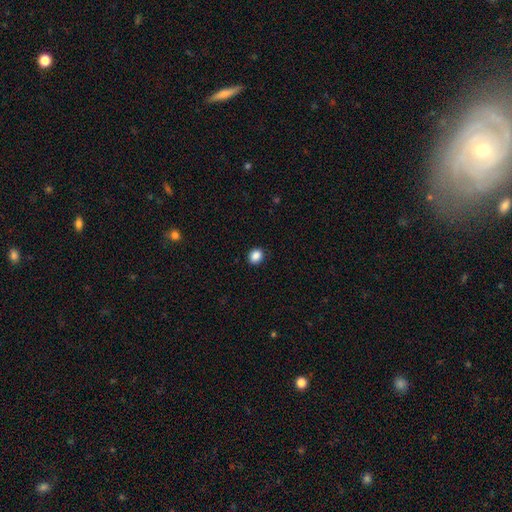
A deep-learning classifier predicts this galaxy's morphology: Smooth or featured?
  - smooth: 89% *
  - star or artifact: 9%
  - featured or disk: 3%
How rounded?
  - round: 57% *
  - in between: 42%
  - cigar-shaped: 1%
Merging?
  - none: 90% *
  - minor disturbance: 7%
  - major disturbance: 2%
  - merger: 1%